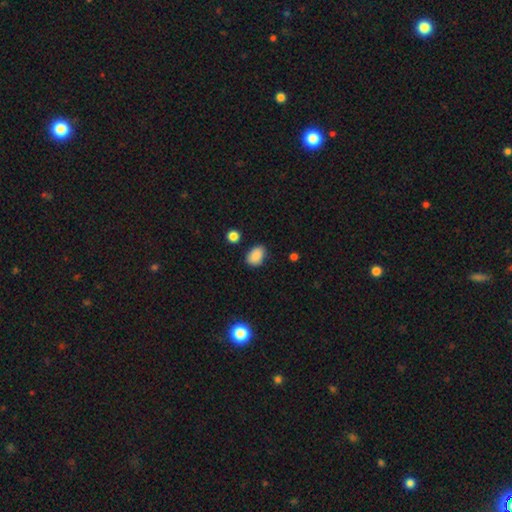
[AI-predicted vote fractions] Smooth or featured: smooth — 87% (star or artifact — 9%)
How rounded: in between — 80% (round — 18%)
Merging: none — 76% (minor disturbance — 18%)